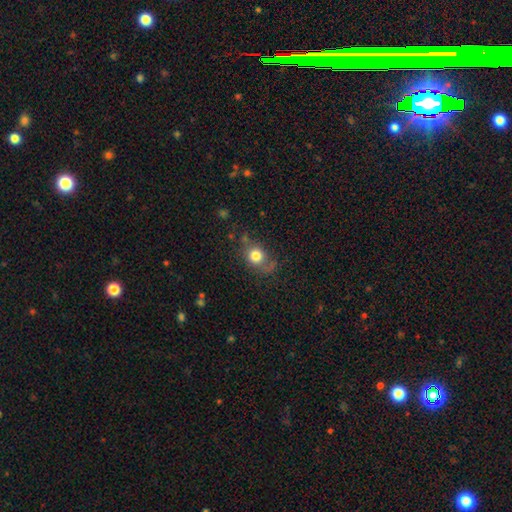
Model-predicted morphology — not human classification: The model was most divided on "merging": none: 60%, minor disturbance: 23%, major disturbance: 12%, merger: 5%. More confident: smooth or featured — smooth (78%); how rounded — round (69%).